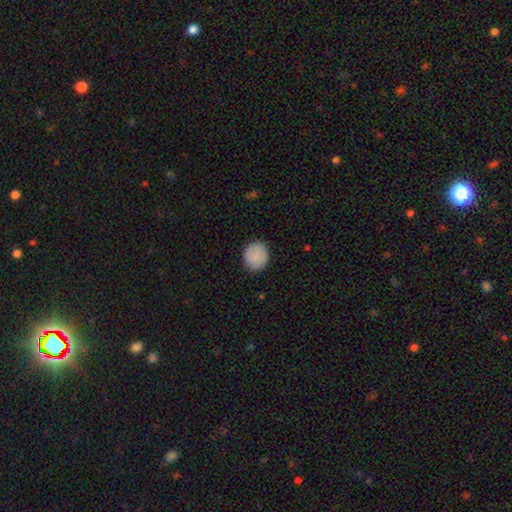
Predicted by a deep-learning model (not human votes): Q: Smooth or featured?
A: smooth (88%); runner-up: star or artifact (7%)
Q: How rounded?
A: round (82%); runner-up: in between (17%)
Q: Merging?
A: none (88%); runner-up: minor disturbance (9%)